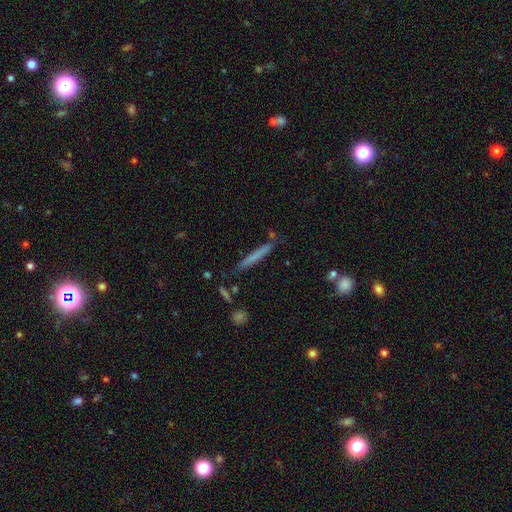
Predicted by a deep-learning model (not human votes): This appears to be a smooth galaxy with no disk features (64%) that is cigar-shaped (96%). Merging: none (83%).